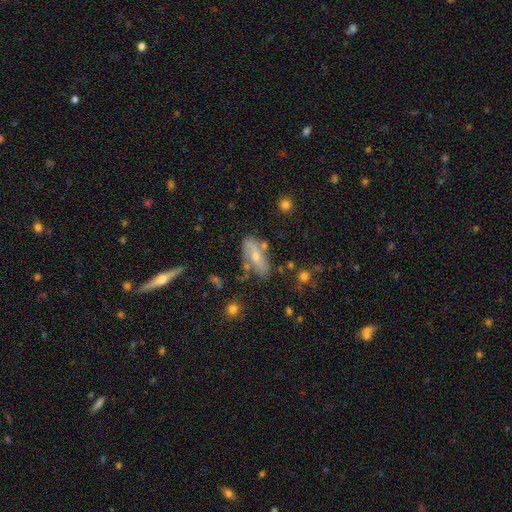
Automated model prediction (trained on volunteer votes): smooth_or_featured: smooth (p=0.48) [alt: featured or disk p=0.44]
merging: none (p=0.64) [alt: minor disturbance p=0.20]